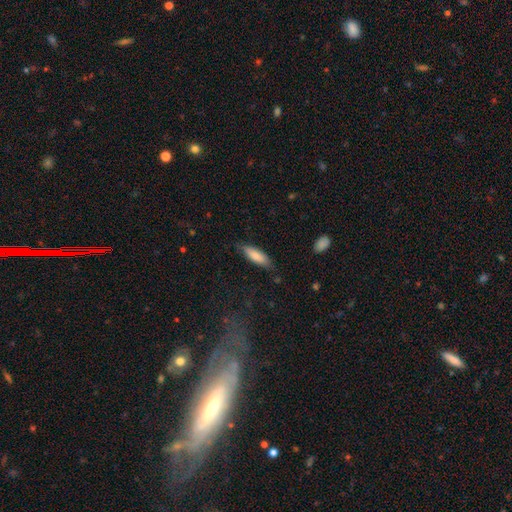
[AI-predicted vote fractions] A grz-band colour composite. It shows a smooth galaxy with no disk features (81%) that is cigar-shaped (50%). Merging: none (75%).